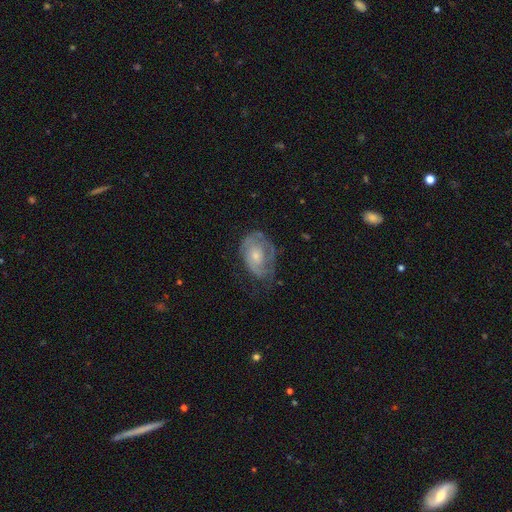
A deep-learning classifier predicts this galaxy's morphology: Smooth or featured? featured or disk (65%)
Edge-on disk? no (96%)
Bar? no (77%)
Spiral arms? yes (73%)
Bulge size? small (51%)
Merging? none (50%)